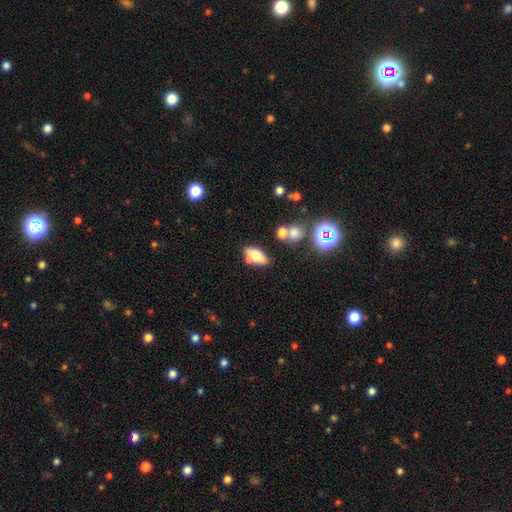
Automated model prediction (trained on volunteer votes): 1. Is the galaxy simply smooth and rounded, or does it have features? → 65% smooth, 25% featured or disk, 10% star or artifact.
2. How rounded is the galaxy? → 83% in between, 12% cigar-shaped, 5% round.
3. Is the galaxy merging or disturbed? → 65% none, 16% minor disturbance, 14% merger, 5% major disturbance.